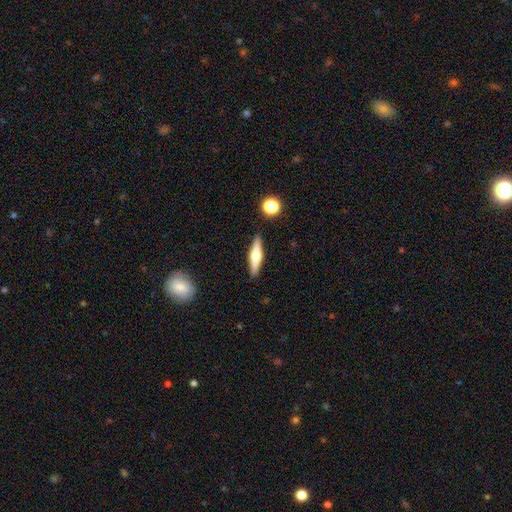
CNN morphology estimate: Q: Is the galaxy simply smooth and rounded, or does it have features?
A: featured or disk — 53%.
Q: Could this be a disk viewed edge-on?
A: yes — 96%.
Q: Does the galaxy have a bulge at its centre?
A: rounded — 89%.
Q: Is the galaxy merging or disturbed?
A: none — 89%.